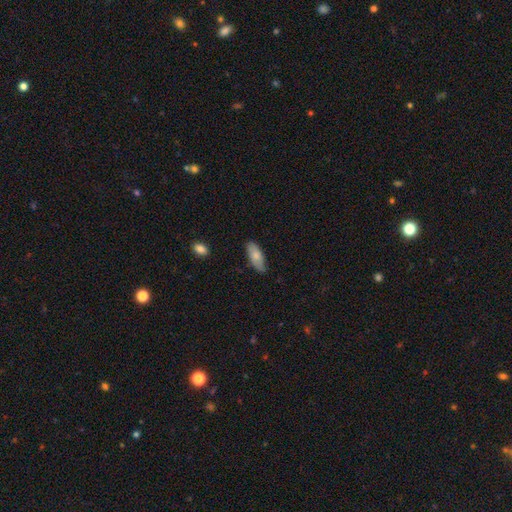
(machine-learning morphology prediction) Smooth or featured? smooth (77%)
How rounded? in between (79%)
Merging? none (78%)